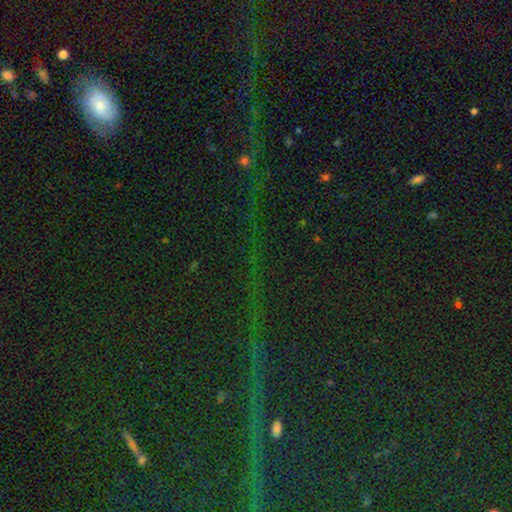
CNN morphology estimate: Smooth or featured? Predicted: star or artifact (p=0.80).